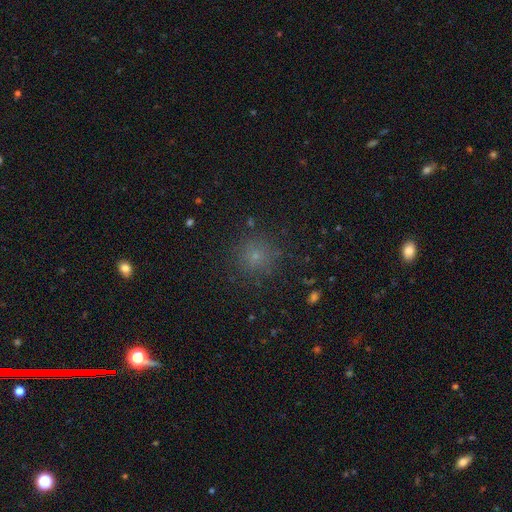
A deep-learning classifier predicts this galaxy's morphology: A smooth galaxy with no disk features (68%) that is round (93%).

Vote fractions:
- Smooth or featured? smooth: 68% / star or artifact: 24% / featured or disk: 7%
- How rounded? round: 93% / in between: 6% / cigar-shaped: 1%
- Merging? none: 86% / minor disturbance: 9% / major disturbance: 4% / merger: 2%